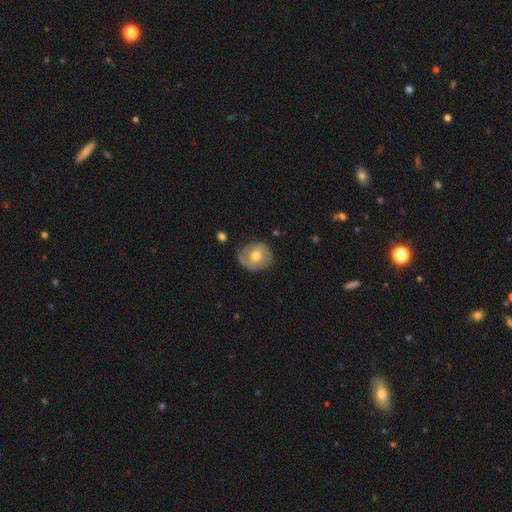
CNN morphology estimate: Overall: featured or disk (57%; smooth 36%). Edge-on disk: no (96%). Bar: no (74%). Spiral arms: yes (76%). Bulge size: moderate (75%). Merging: none (70%).